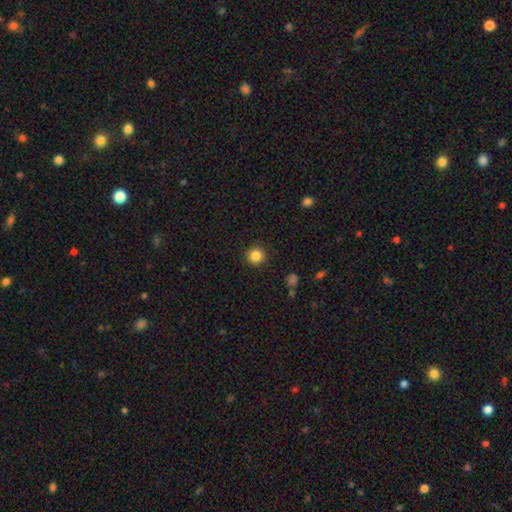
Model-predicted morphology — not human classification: smooth-or-featured: smooth: 85% | star or artifact: 11% | featured or disk: 4%
  how-rounded: round: 94% | in between: 5% | cigar-shaped: 1%
  merging: none: 91% | minor disturbance: 6% | major disturbance: 2% | merger: 1%